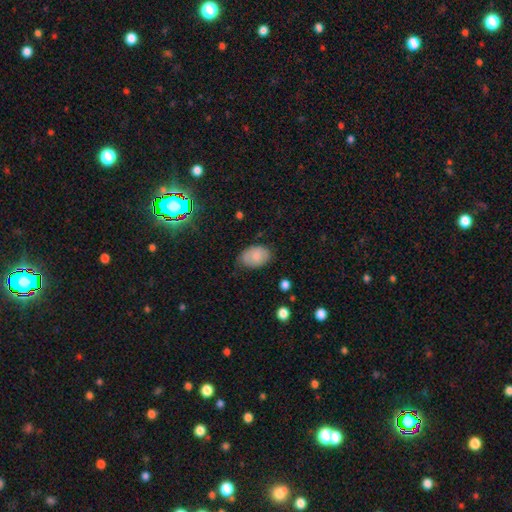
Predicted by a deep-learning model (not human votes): A smooth galaxy with no disk features (79%) that is in between round and cigar-shaped (87%).

Vote fractions:
- Smooth or featured? smooth: 79% / featured or disk: 13% / star or artifact: 7%
- How rounded? in between: 87% / round: 12% / cigar-shaped: 1%
- Merging? none: 68% / minor disturbance: 25% / major disturbance: 6% / merger: 1%